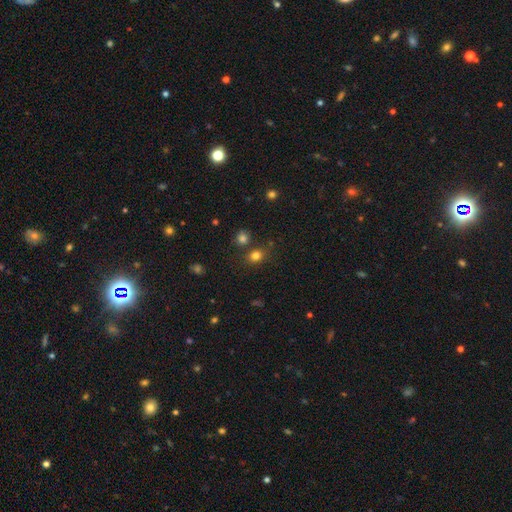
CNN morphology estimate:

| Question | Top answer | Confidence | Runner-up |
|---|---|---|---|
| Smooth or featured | smooth | 78% | star or artifact (16%) |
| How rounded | round | 62% | in between (37%) |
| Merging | none | 72% | merger (12%) |